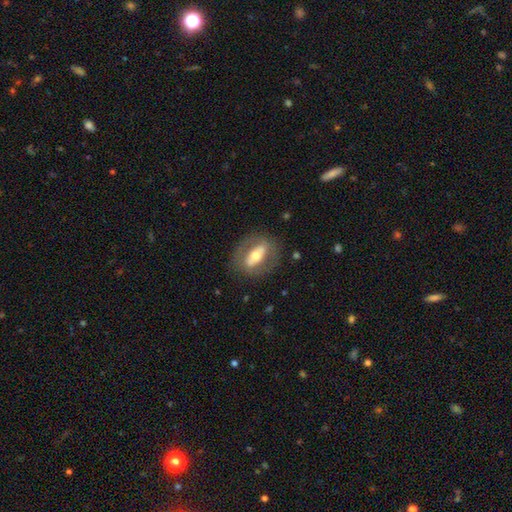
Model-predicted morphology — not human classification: Smooth or featured? featured or disk (57%)
Edge-on disk? no (81%)
Merging? none (77%)